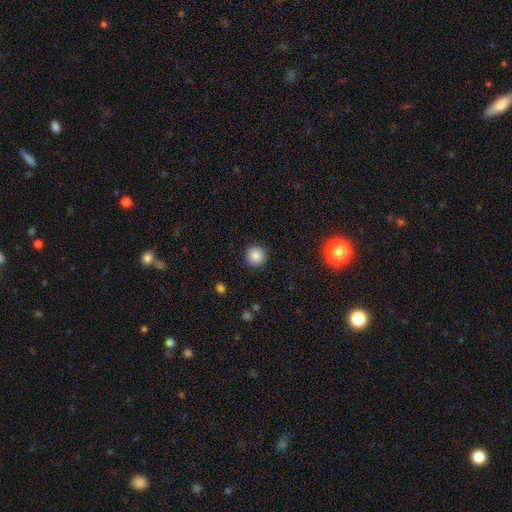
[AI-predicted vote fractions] The model was most divided on "smooth or featured": smooth: 86%, star or artifact: 11%, featured or disk: 3%. More confident: how rounded — round (94%); merging — none (90%).